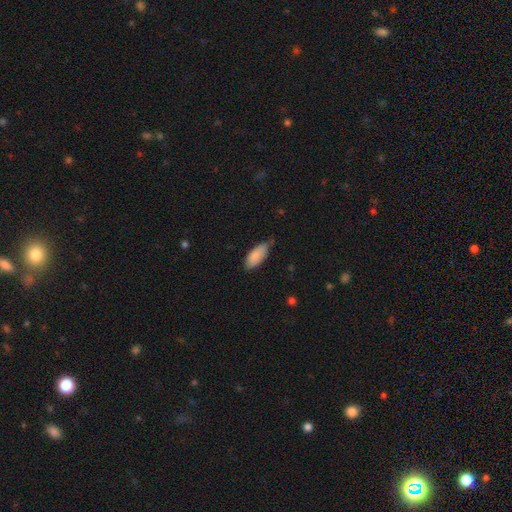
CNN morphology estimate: This appears to be a smooth galaxy with no disk features (86%) that is in between round and cigar-shaped (85%). Merging: none (63%).